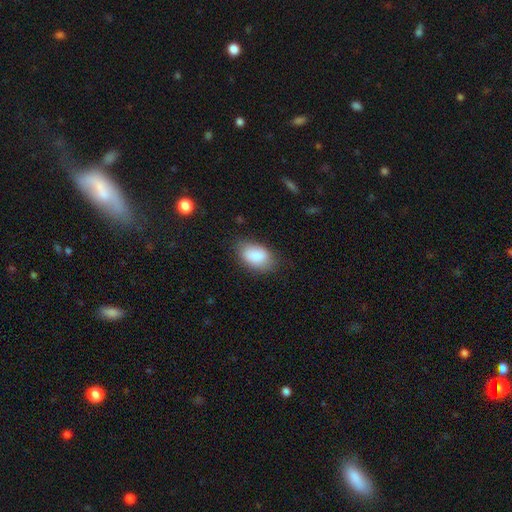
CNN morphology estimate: Overall: smooth (88%). How rounded: in between (91%). Merging: none (75%).